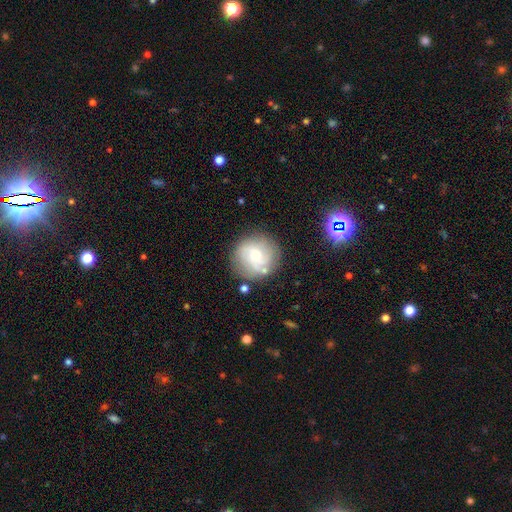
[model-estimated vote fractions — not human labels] smooth-or-featured: featured or disk: 50% | smooth: 40% | star or artifact: 9%
  disk-edge-on: no: 97% | yes: 3%
  merging: none: 75% | minor disturbance: 15% | major disturbance: 6% | merger: 4%